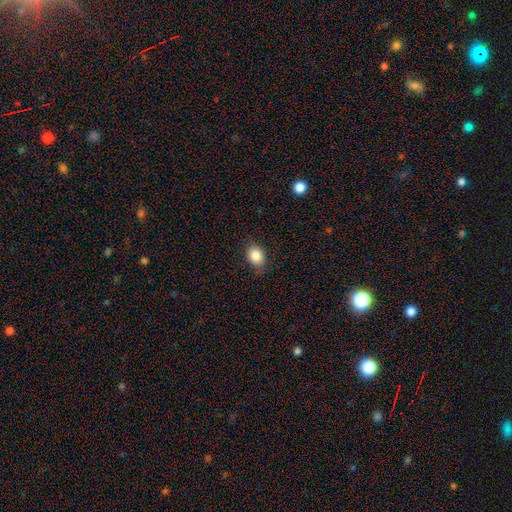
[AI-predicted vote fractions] Smooth or featured?
  - smooth: 85% *
  - star or artifact: 9%
  - featured or disk: 6%
How rounded?
  - in between: 52% *
  - round: 47%
  - cigar-shaped: 1%
Merging?
  - none: 83% *
  - minor disturbance: 13%
  - major disturbance: 3%
  - merger: 1%